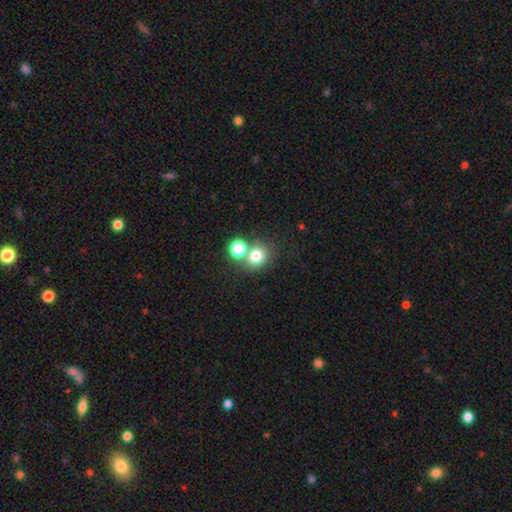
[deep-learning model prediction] Morphology: type=smooth (76%); roundness=round (80%); merging=none (55%).